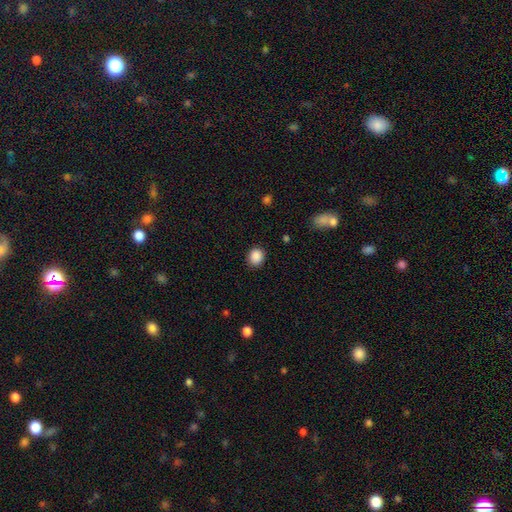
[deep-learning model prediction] A smooth galaxy with no disk features (88%) that is round (75%). Merging: none (88%).